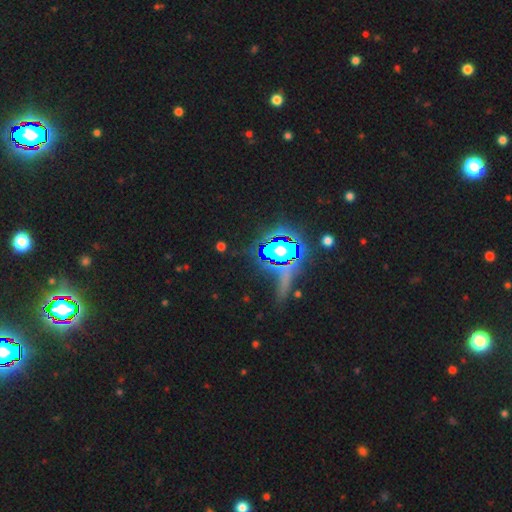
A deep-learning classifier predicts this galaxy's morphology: Smooth or featured: star or artifact — 84% (smooth — 9%)